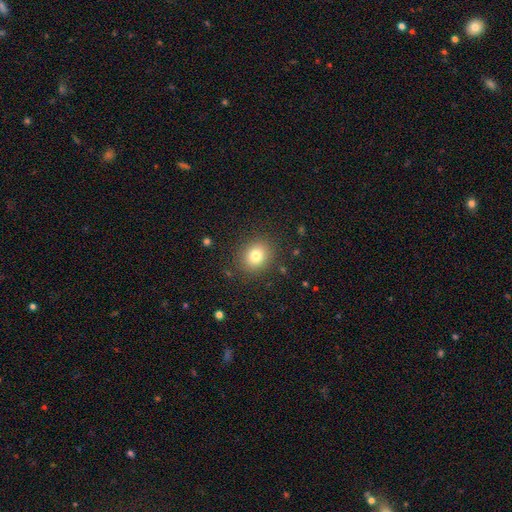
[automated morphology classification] Smooth or featured?
  - smooth: 78% *
  - star or artifact: 12%
  - featured or disk: 9%
How rounded?
  - round: 72% *
  - in between: 27%
  - cigar-shaped: 1%
Merging?
  - none: 87% *
  - minor disturbance: 8%
  - major disturbance: 3%
  - merger: 1%